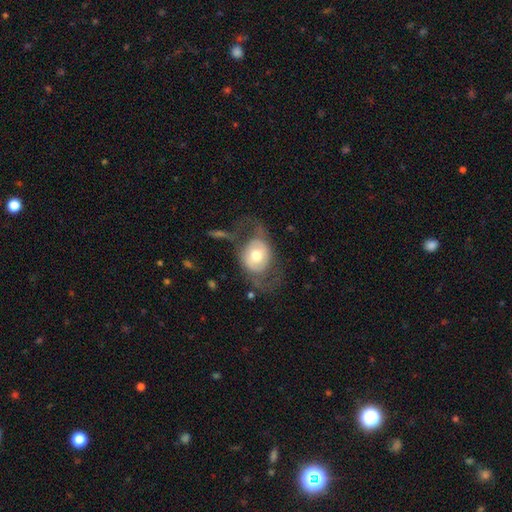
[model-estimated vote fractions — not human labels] Smooth or featured?
  - featured or disk: 54% *
  - smooth: 40%
  - star or artifact: 6%
Edge-on disk?
  - no: 93% *
  - yes: 7%
Bar?
  - no: 74% *
  - weak: 19%
  - strong: 7%
Spiral arms?
  - no: 54% *
  - yes: 46%
Bulge size?
  - moderate: 68% *
  - large: 18%
  - small: 10%
  - dominant: 2%
  - none: 1%
Merging?
  - none: 46% *
  - major disturbance: 31%
  - minor disturbance: 19%
  - merger: 4%